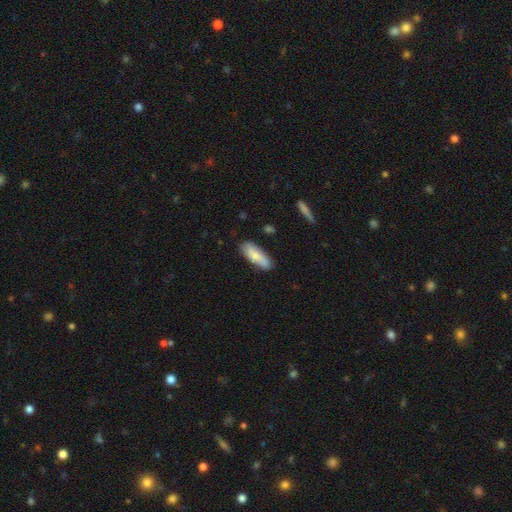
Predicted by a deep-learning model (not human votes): A smooth galaxy with no disk features (79%) that is in between round and cigar-shaped (63%).

Vote fractions:
- Smooth or featured? smooth: 79% / featured or disk: 16% / star or artifact: 6%
- How rounded? in between: 63% / cigar-shaped: 35% / round: 2%
- Merging? none: 77% / minor disturbance: 17% / merger: 3% / major disturbance: 3%